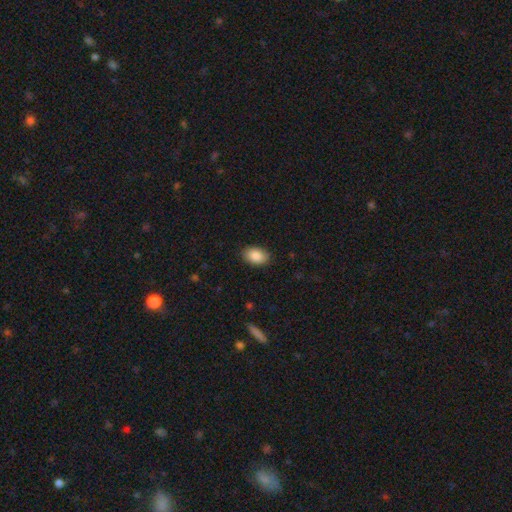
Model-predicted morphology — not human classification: Smooth or featured? Predicted: smooth (p=0.88). How rounded? Predicted: in between (p=0.88). Merging? Predicted: none (p=0.88).